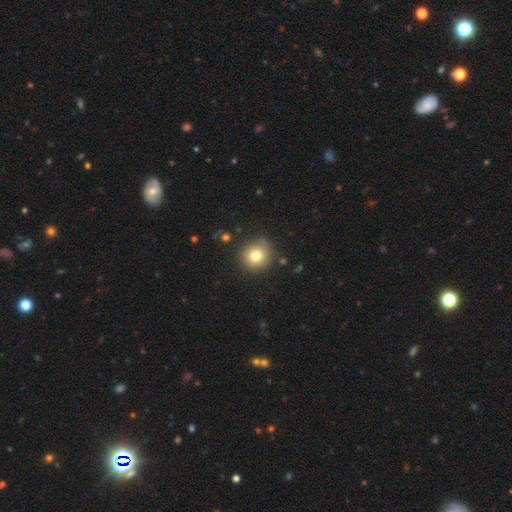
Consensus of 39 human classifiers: smooth-or-featured: smooth: 85% | featured or disk: 8% | star or artifact: 8%
  how-rounded: round: 100% | in between: 0% | cigar-shaped: 0%
  merging: none: 78% | minor disturbance: 17% | major disturbance: 6% | merger: 0%